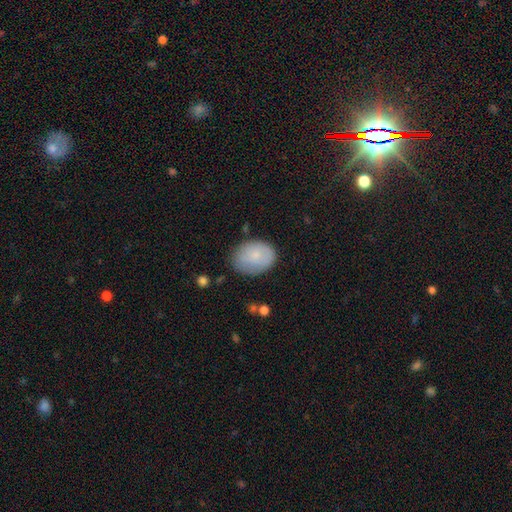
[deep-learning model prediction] Smooth or featured? smooth (78%)
How rounded? in between (67%)
Merging? none (69%)